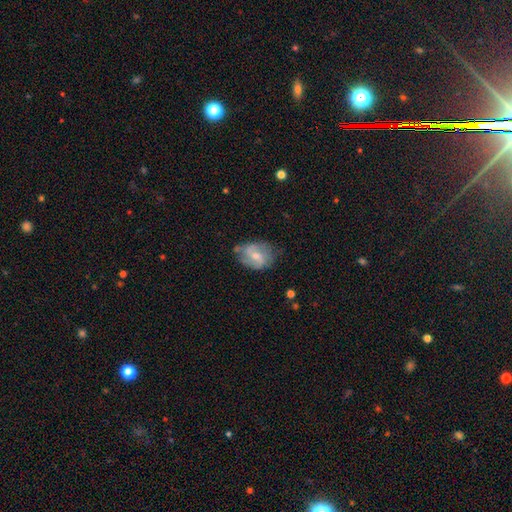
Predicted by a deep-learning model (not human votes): Q: Smooth or featured?
A: featured or disk (54%); runner-up: smooth (39%)
Q: Edge-on disk?
A: no (96%); runner-up: yes (4%)
Q: Bar?
A: weak (48%); runner-up: no (40%)
Q: Spiral arms?
A: yes (75%); runner-up: no (25%)
Q: Bulge size?
A: moderate (51%); runner-up: small (39%)
Q: Merging?
A: none (55%); runner-up: minor disturbance (31%)